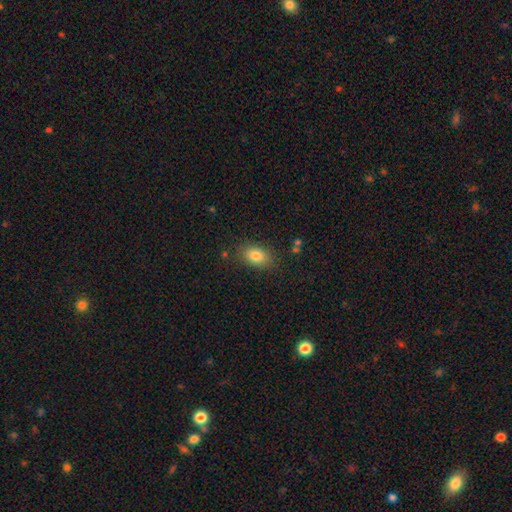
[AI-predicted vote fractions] Smooth or featured? Predicted: smooth (p=0.82). How rounded? Predicted: in between (p=0.85). Merging? Predicted: none (p=0.83).